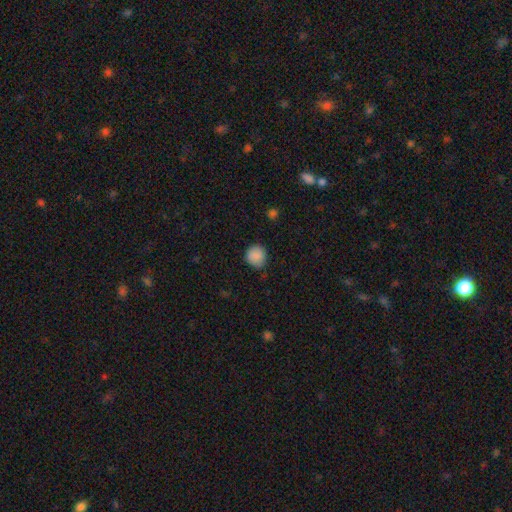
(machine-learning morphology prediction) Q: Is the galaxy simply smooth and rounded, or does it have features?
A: smooth — 87%.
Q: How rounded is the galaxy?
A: round — 87%.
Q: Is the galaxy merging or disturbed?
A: none — 75%.